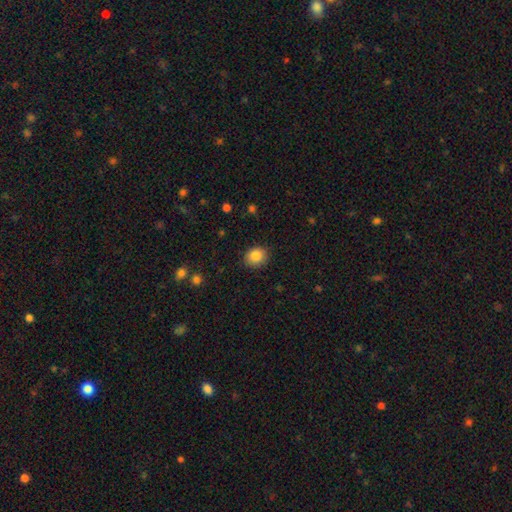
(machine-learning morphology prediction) smooth_or_featured: smooth (p=0.86) [alt: star or artifact p=0.09]
how_rounded: round (p=0.65) [alt: in between p=0.34]
merging: none (p=0.86) [alt: minor disturbance p=0.10]